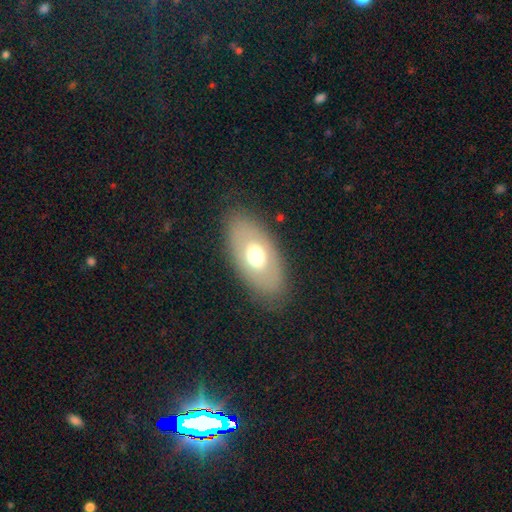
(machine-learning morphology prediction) Q: Smooth or featured?
A: smooth (59%); runner-up: featured or disk (32%)
Q: How rounded?
A: in between (90%); runner-up: round (7%)
Q: Merging?
A: none (82%); runner-up: minor disturbance (11%)